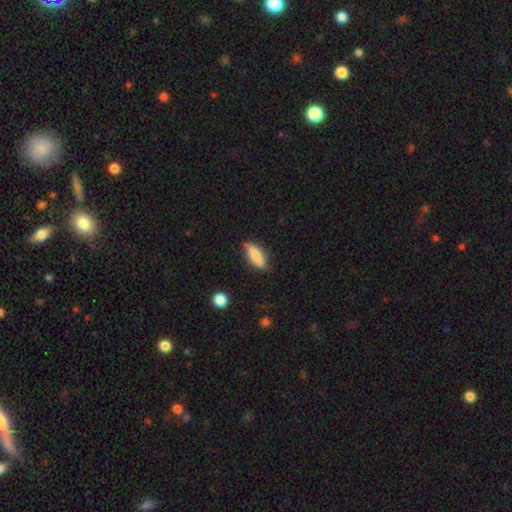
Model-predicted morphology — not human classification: Smooth or featured?
  - smooth: 76% *
  - featured or disk: 18%
  - star or artifact: 7%
How rounded?
  - in between: 54% *
  - cigar-shaped: 43%
  - round: 2%
Merging?
  - none: 74% *
  - minor disturbance: 20%
  - major disturbance: 4%
  - merger: 2%